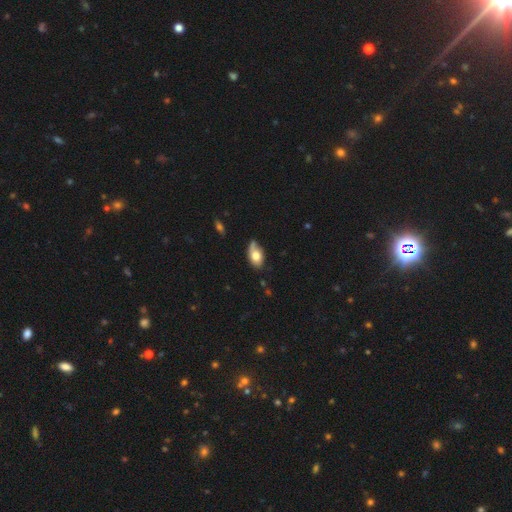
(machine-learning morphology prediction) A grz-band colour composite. It shows a smooth galaxy with no disk features (70%) that is in between round and cigar-shaped (90%). Merging: none (51%).